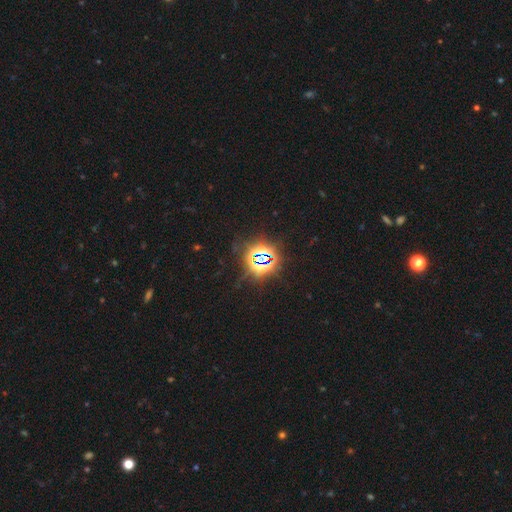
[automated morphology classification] This is clearly a star or artifact rather than a galaxy (82%).